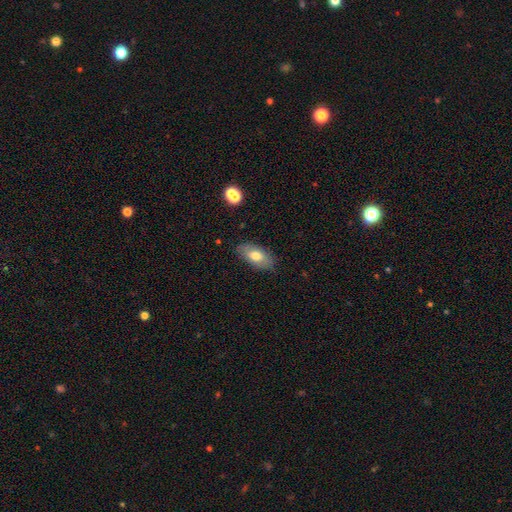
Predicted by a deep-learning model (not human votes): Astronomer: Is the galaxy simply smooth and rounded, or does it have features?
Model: smooth — 72%.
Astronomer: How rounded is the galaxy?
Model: in between — 92%.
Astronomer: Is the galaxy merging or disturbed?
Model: none — 82%.